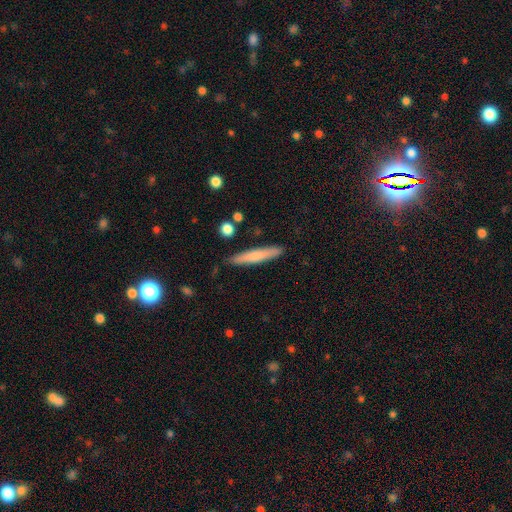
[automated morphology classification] Overall: smooth (65%; featured or disk 29%). How rounded: cigar-shaped (93%). Merging: none (87%).